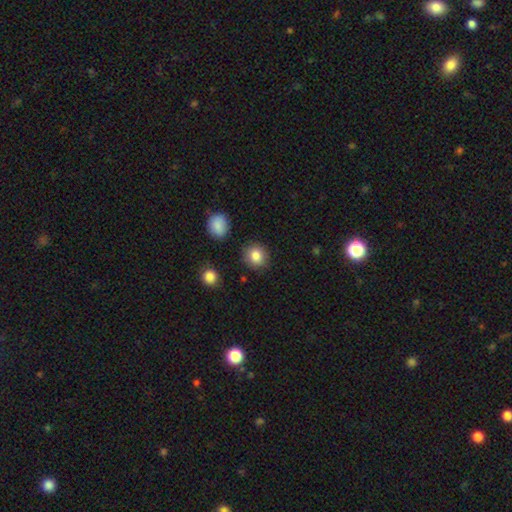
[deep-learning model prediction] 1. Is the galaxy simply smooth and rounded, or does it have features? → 85% smooth, 9% star or artifact, 6% featured or disk.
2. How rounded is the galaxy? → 88% round, 11% in between, 1% cigar-shaped.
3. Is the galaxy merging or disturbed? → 86% none, 9% minor disturbance, 3% major disturbance, 3% merger.